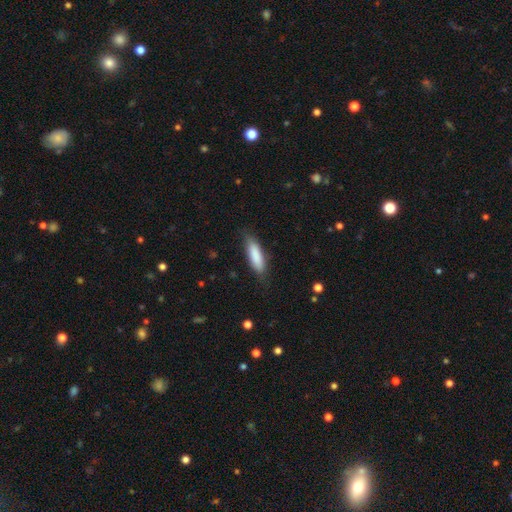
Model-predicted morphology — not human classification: This appears to be a smooth galaxy with no disk features (85%) that is cigar-shaped (51%). Merging: none (77%).